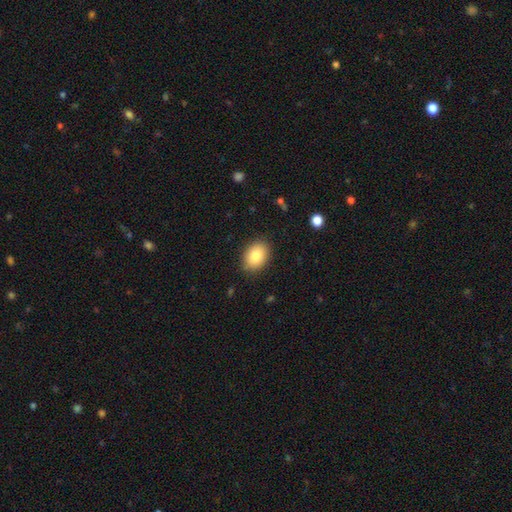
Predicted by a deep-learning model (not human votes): Smooth or featured? smooth (84%)
How rounded? in between (76%)
Merging? none (86%)